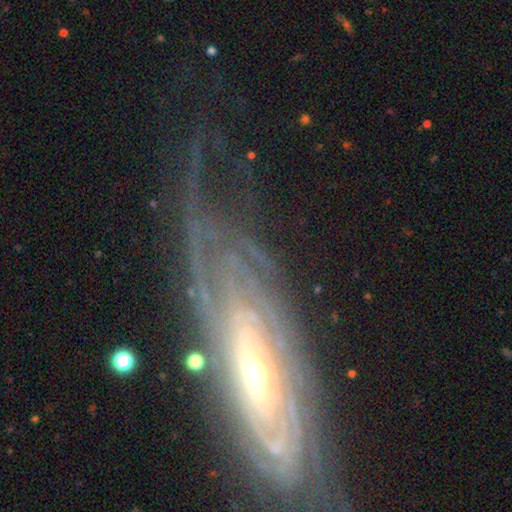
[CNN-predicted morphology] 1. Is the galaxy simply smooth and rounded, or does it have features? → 83% featured or disk, 9% smooth, 8% star or artifact.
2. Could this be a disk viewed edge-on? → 81% no, 19% yes.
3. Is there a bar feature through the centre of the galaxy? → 59% no, 25% weak, 16% strong.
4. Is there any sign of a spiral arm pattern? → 89% yes, 11% no.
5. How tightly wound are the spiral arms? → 70% tight, 22% medium, 9% loose.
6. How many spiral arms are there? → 49% can't tell, 14% 2, 10% 3, 10% more than 4, 9% 4, 7% 1.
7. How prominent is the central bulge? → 51% small, 40% moderate, 5% large, 2% dominant, 2% none.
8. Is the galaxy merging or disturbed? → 62% none, 18% major disturbance, 17% minor disturbance, 3% merger.